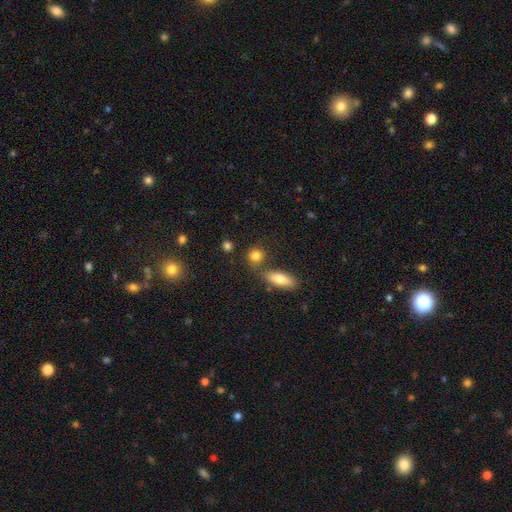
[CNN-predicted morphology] smooth_or_featured: smooth (p=0.84) [alt: star or artifact p=0.10]
how_rounded: round (p=0.77) [alt: in between p=0.20]
merging: none (p=0.69) [alt: merger p=0.17]